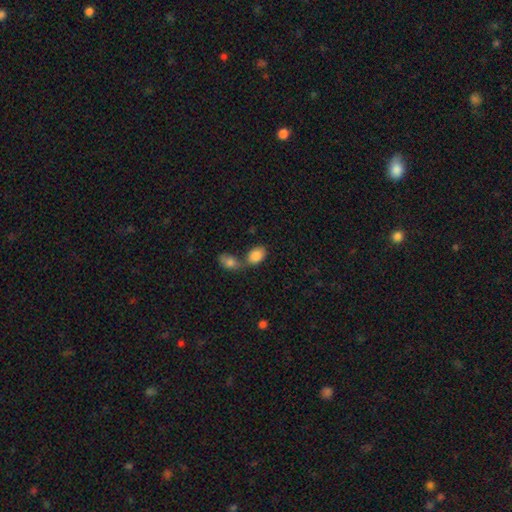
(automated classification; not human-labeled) smooth-or-featured: smooth: 85% | star or artifact: 8% | featured or disk: 7%
  how-rounded: in between: 85% | round: 14% | cigar-shaped: 1%
  merging: merger: 47% | none: 38% | minor disturbance: 11% | major disturbance: 4%